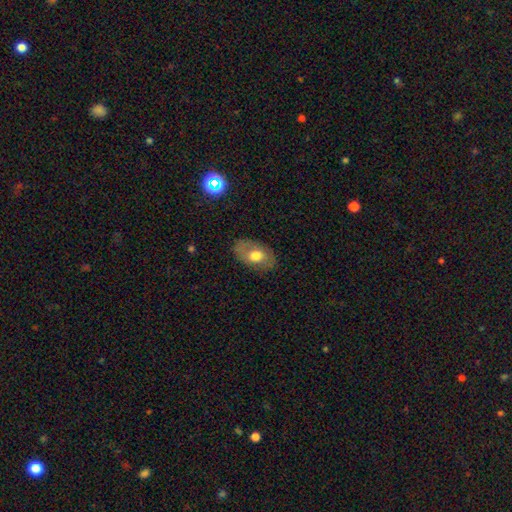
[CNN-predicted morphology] smooth_or_featured: smooth (p=0.64) [alt: featured or disk p=0.29]
how_rounded: in between (p=0.88) [alt: round p=0.11]
merging: none (p=0.78) [alt: minor disturbance p=0.16]